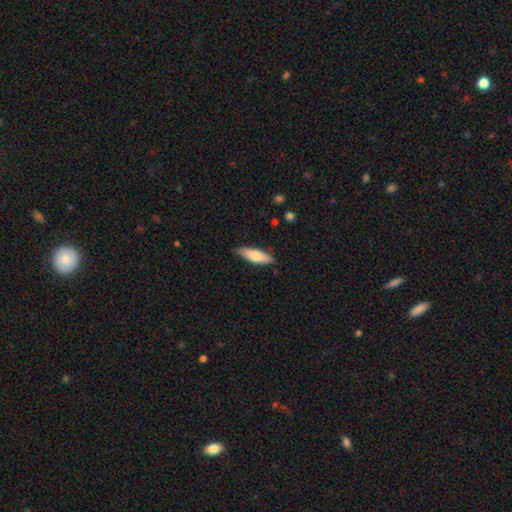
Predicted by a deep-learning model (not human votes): smooth 74%, featured or disk 21%, star or artifact 6%. Down the decision tree: how rounded — in between (52%); merging — none (84%).